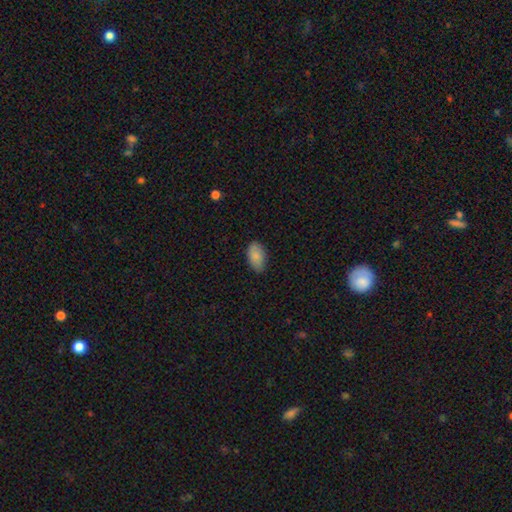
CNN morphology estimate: smooth 85%, featured or disk 8%, star or artifact 7%. Down the decision tree: how rounded — in between (93%); merging — none (81%).